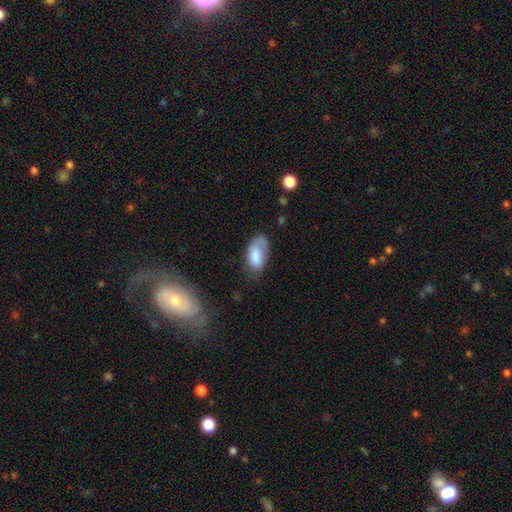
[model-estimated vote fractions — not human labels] Overall: smooth (77%). How rounded: in between (94%). Merging: none (49%; minor disturbance 31%).